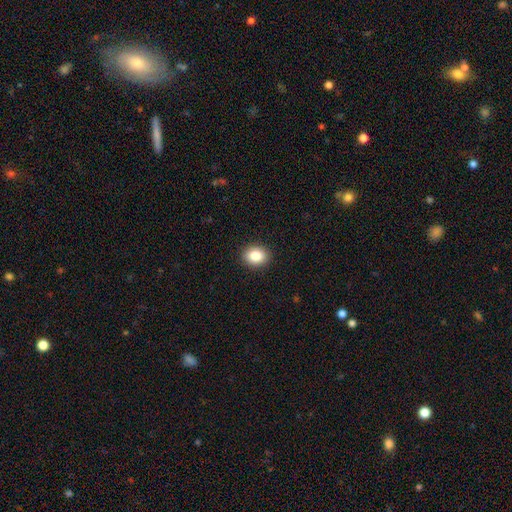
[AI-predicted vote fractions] Q: Smooth or featured?
A: smooth (85%); runner-up: star or artifact (9%)
Q: How rounded?
A: round (54%); runner-up: in between (45%)
Q: Merging?
A: none (91%); runner-up: minor disturbance (6%)